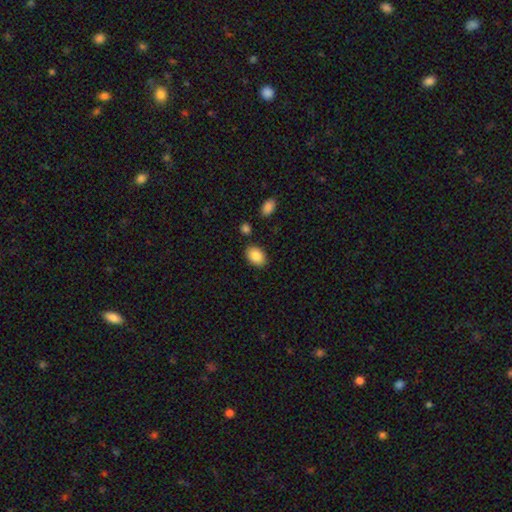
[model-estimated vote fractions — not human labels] smooth-or-featured: smooth: 87% | star or artifact: 7% | featured or disk: 6%
  how-rounded: in between: 86% | round: 13% | cigar-shaped: 1%
  merging: none: 84% | minor disturbance: 10% | merger: 4% | major disturbance: 2%